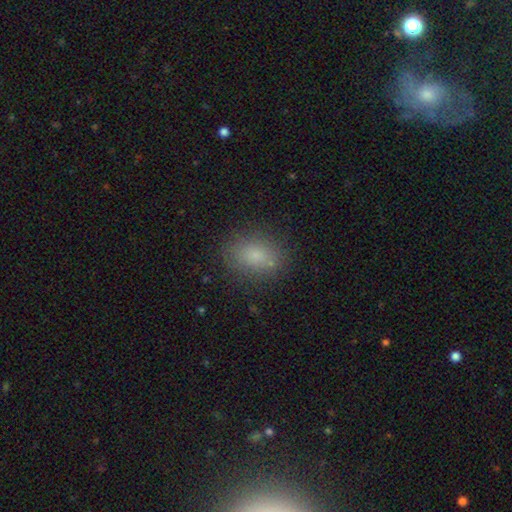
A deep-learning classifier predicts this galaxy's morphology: Q: Smooth or featured?
A: smooth (79%); runner-up: star or artifact (11%)
Q: How rounded?
A: in between (71%); runner-up: round (27%)
Q: Merging?
A: none (81%); runner-up: minor disturbance (12%)